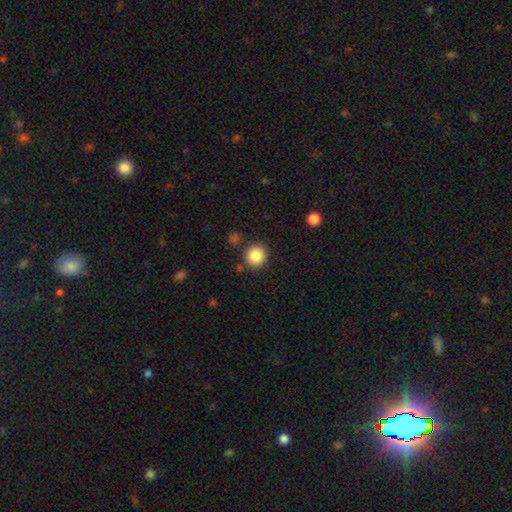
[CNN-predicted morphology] smooth-or-featured: smooth: 87% | star or artifact: 9% | featured or disk: 4%
  how-rounded: round: 91% | in between: 8% | cigar-shaped: 1%
  merging: none: 86% | minor disturbance: 7% | merger: 4% | major disturbance: 3%